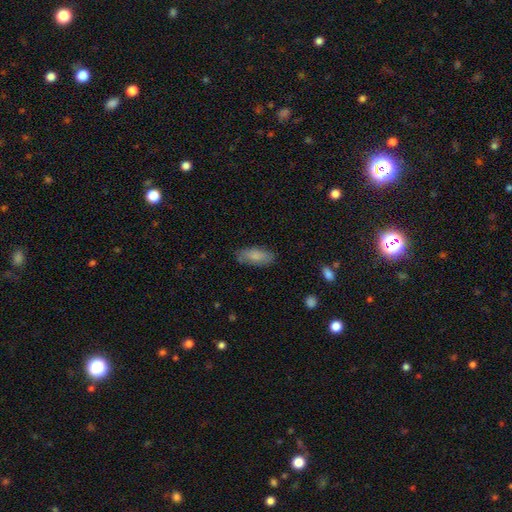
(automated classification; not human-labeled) smooth-or-featured: smooth: 81% | featured or disk: 13% | star or artifact: 6%
  how-rounded: in between: 79% | cigar-shaped: 19% | round: 2%
  merging: none: 79% | minor disturbance: 16% | major disturbance: 3% | merger: 2%